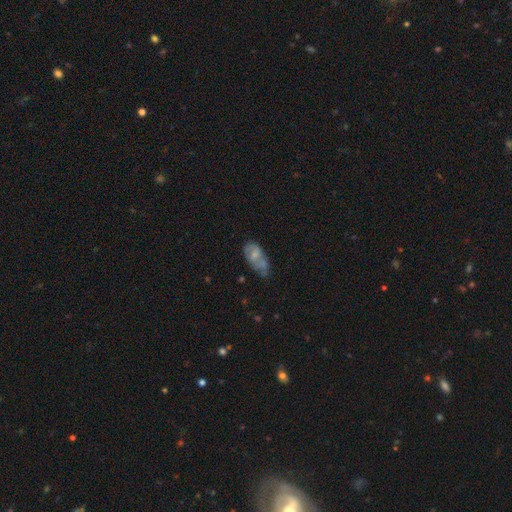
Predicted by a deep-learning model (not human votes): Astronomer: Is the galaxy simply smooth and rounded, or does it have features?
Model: smooth — 53% (runner-up: featured or disk, 38%).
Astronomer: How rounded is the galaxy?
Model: in between — 88%.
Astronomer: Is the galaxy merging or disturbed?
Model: none — 33% (runner-up: minor disturbance, 32%).